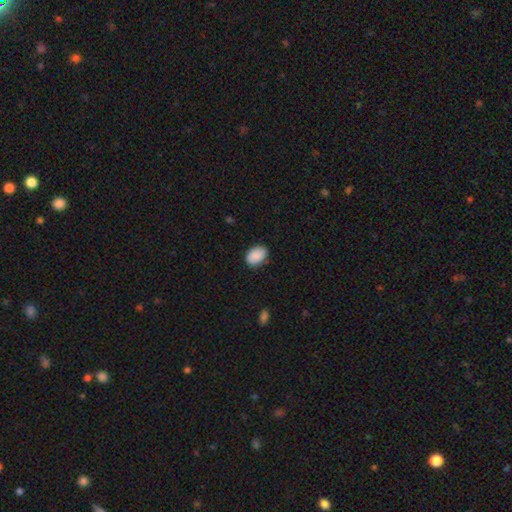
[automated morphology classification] Q: Smooth or featured?
A: smooth (88%); runner-up: star or artifact (7%)
Q: How rounded?
A: in between (83%); runner-up: round (15%)
Q: Merging?
A: none (83%); runner-up: minor disturbance (14%)